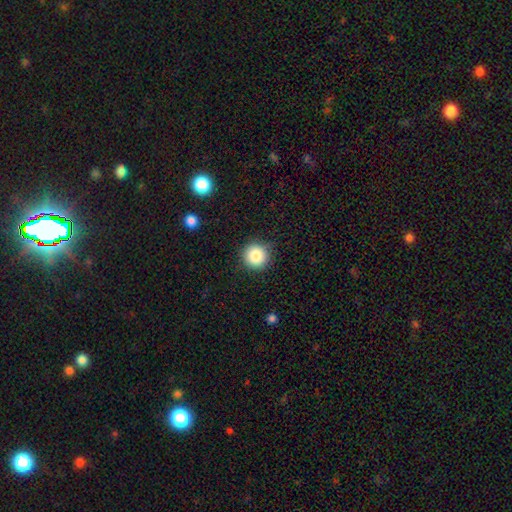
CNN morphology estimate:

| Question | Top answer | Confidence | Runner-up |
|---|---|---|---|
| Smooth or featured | smooth | 85% | star or artifact (10%) |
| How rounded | round | 95% | in between (4%) |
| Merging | none | 87% | minor disturbance (10%) |